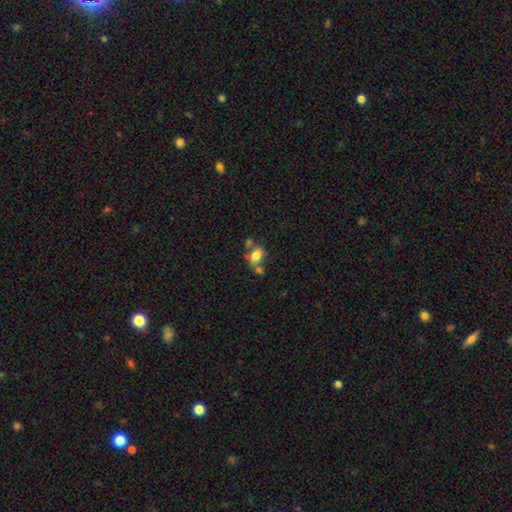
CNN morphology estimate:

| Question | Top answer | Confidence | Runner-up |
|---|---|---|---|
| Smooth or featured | smooth | 73% | featured or disk (17%) |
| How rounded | in between | 80% | round (18%) |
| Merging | none | 38% | merger (36%) |